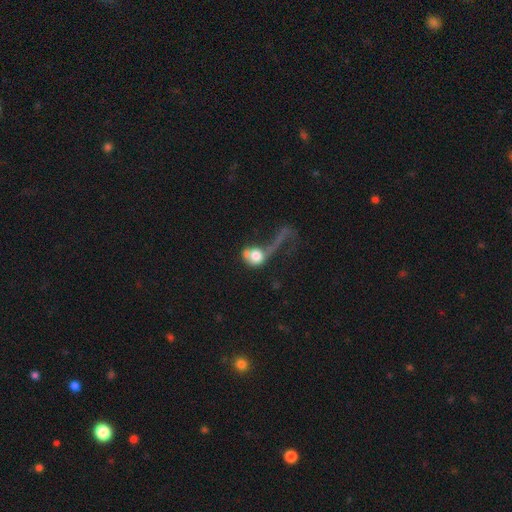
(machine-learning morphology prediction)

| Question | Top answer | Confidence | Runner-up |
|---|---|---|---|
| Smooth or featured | smooth | 60% | featured or disk (30%) |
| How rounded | round | 67% | in between (30%) |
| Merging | major disturbance | 56% | merger (19%) |